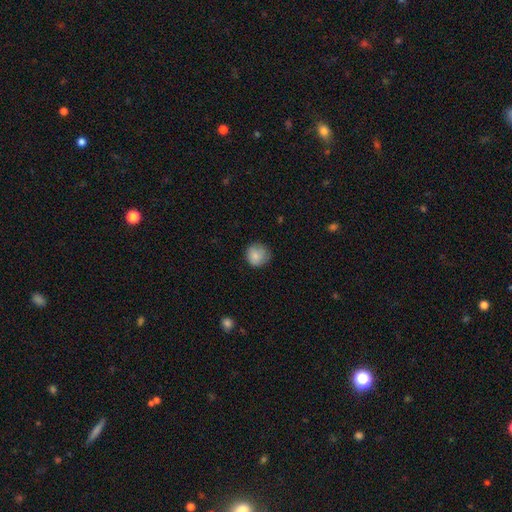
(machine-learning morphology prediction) This is clearly a smooth galaxy (83%). How rounded: clearly round (89%). Merging: likely none (70%).